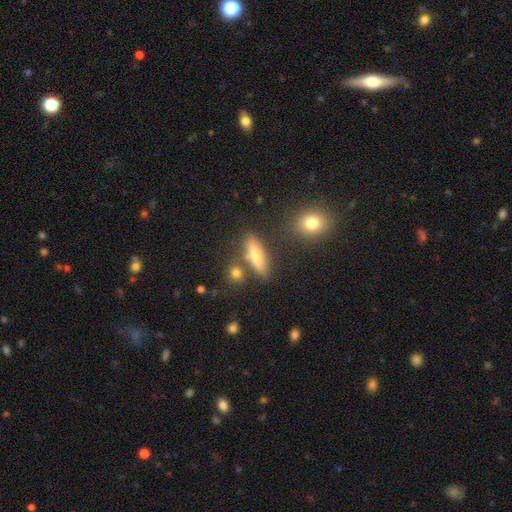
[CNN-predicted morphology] smooth 64%, featured or disk 26%, star or artifact 10%. Down the decision tree: how rounded — cigar-shaped (61%); merging — none (74%).